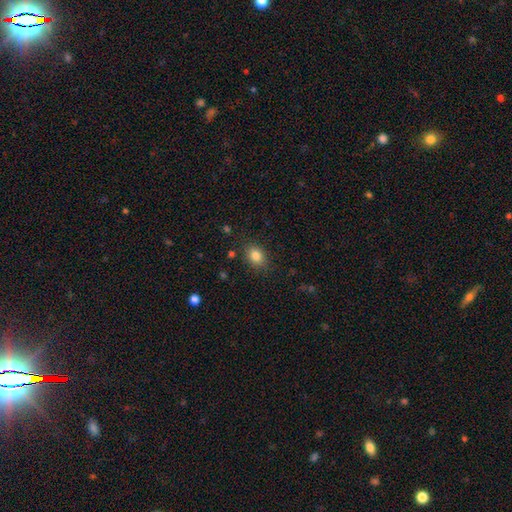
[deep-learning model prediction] Smooth or featured: smooth — 83% (star or artifact — 10%)
How rounded: in between — 64% (round — 35%)
Merging: none — 84% (minor disturbance — 11%)